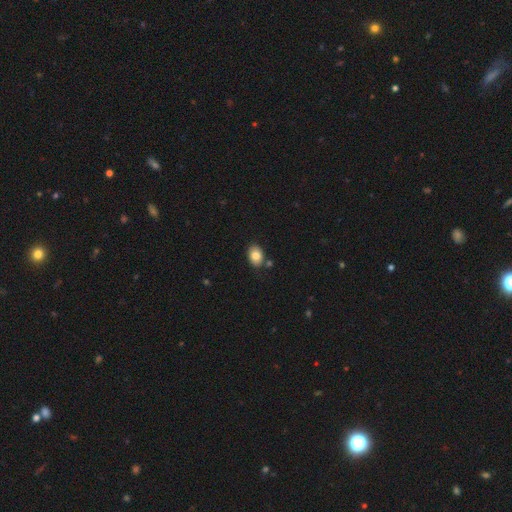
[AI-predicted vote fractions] A smooth galaxy with no disk features (82%) that is in between round and cigar-shaped (77%). Merging: none (80%).